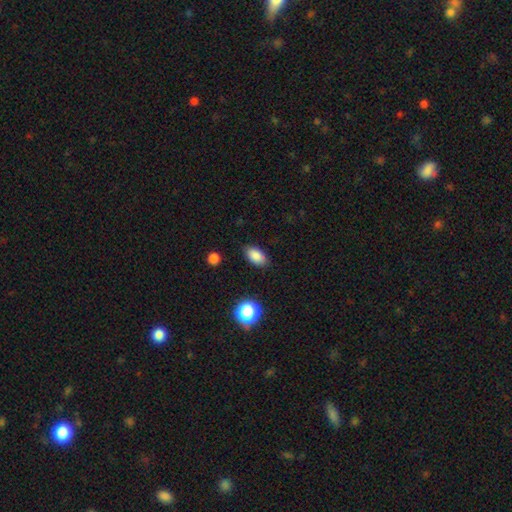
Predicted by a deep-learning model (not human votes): smooth_or_featured: smooth (p=0.85) [alt: star or artifact p=0.10]
how_rounded: in between (p=0.90) [alt: round p=0.08]
merging: none (p=0.84) [alt: minor disturbance p=0.12]